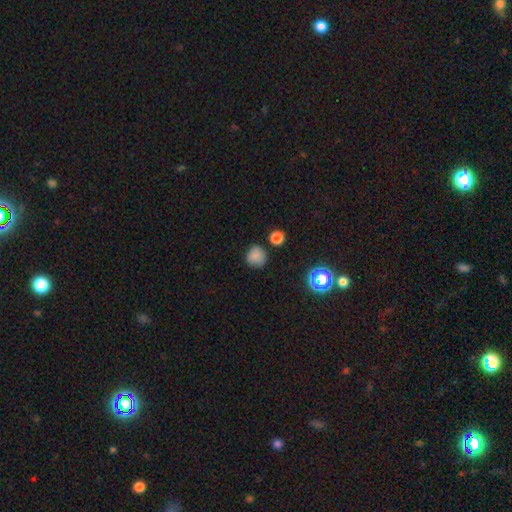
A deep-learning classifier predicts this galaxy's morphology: smooth-or-featured: smooth: 80% | star or artifact: 14% | featured or disk: 5%
  how-rounded: round: 91% | in between: 8% | cigar-shaped: 1%
  merging: none: 80% | minor disturbance: 13% | merger: 4% | major disturbance: 3%